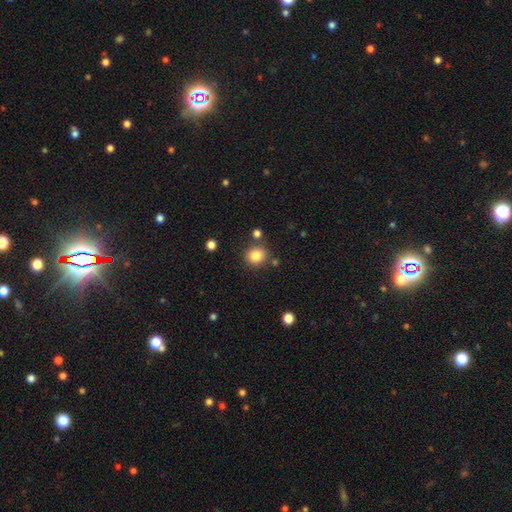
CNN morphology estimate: Overall: smooth (84%). How rounded: round (84%). Merging: none (81%).